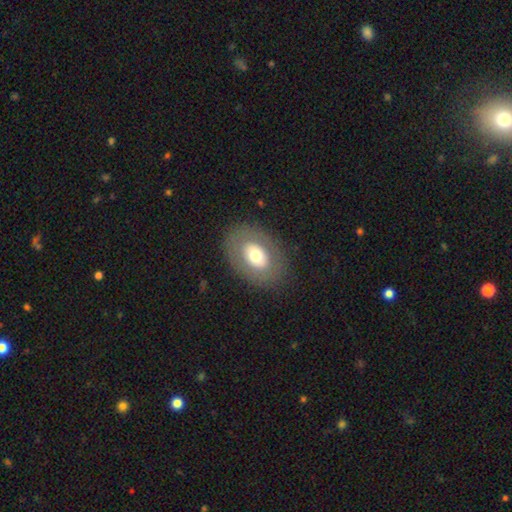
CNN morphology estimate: smooth_or_featured: smooth (p=0.59) [alt: featured or disk p=0.33]
how_rounded: in between (p=0.76) [alt: round p=0.23]
merging: none (p=0.84) [alt: minor disturbance p=0.10]